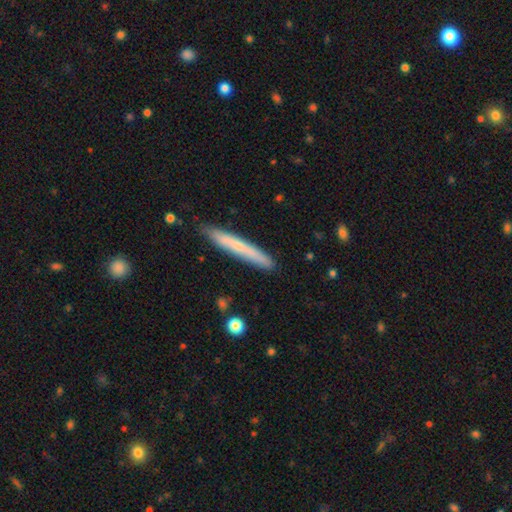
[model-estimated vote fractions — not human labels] Smooth or featured?
  - smooth: 66% *
  - featured or disk: 29%
  - star or artifact: 6%
How rounded?
  - cigar-shaped: 95% *
  - in between: 4%
  - round: 1%
Merging?
  - none: 85% *
  - minor disturbance: 10%
  - merger: 2%
  - major disturbance: 2%